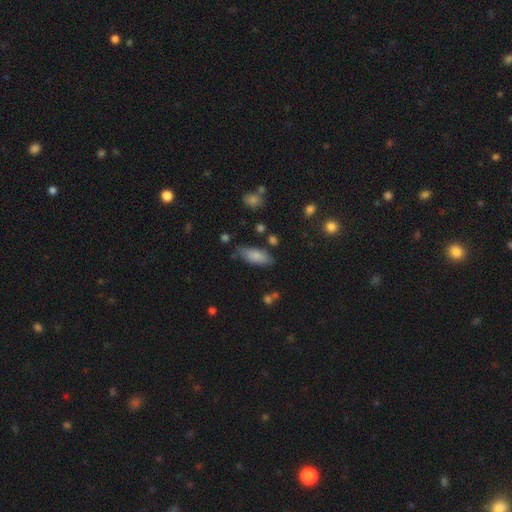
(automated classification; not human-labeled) Q: Smooth or featured?
A: smooth (80%); runner-up: featured or disk (13%)
Q: How rounded?
A: in between (73%); runner-up: cigar-shaped (25%)
Q: Merging?
A: none (73%); runner-up: minor disturbance (19%)